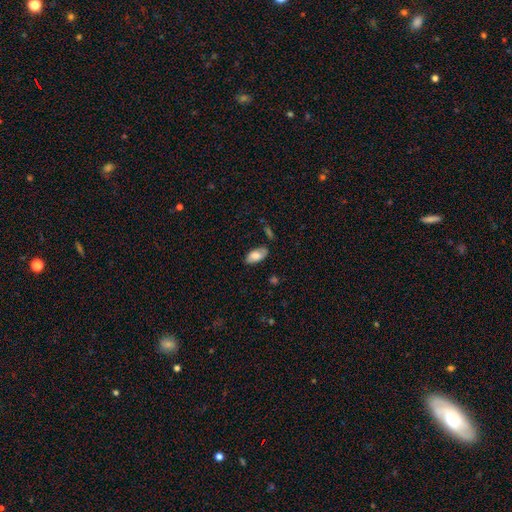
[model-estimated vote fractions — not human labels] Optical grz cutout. It shows a smooth galaxy with no disk features (74%) that is in between round and cigar-shaped (94%). Merging: none (74%).